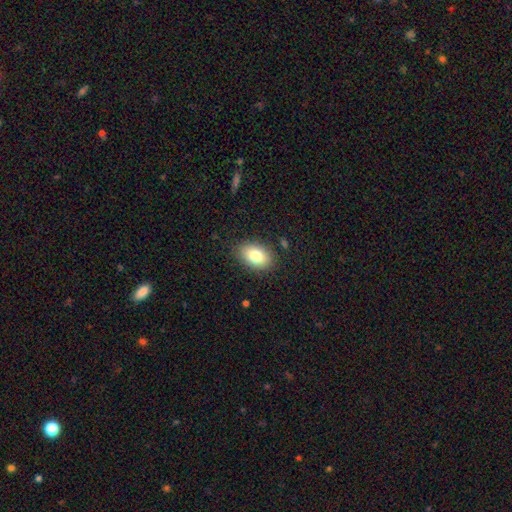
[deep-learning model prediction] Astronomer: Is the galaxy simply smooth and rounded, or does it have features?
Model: smooth — 81%.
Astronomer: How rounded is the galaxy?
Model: in between — 87%.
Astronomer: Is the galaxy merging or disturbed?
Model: none — 84%.